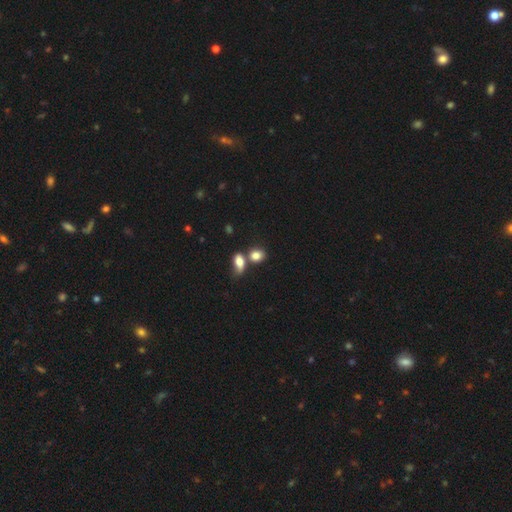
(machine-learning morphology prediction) Overall: smooth (82%). How rounded: in between (58%; round 39%). Merging: none (42%; merger 40%).